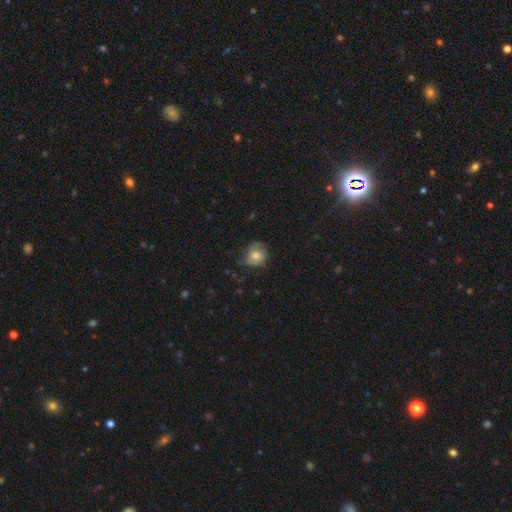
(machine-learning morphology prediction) Smooth or featured? smooth (54%)
How rounded? round (75%)
Merging? none (61%)